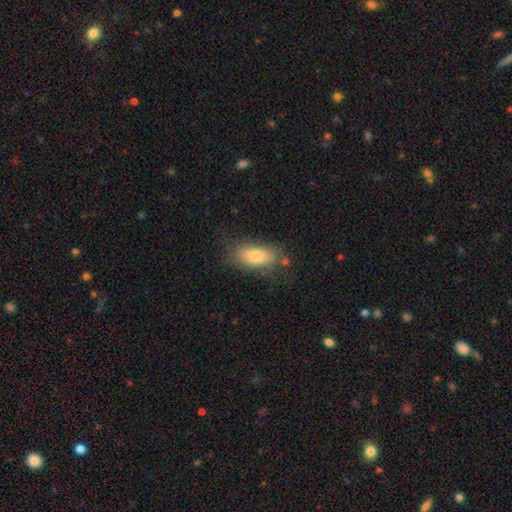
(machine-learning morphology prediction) Smooth or featured: smooth — 80% (featured or disk — 13%)
How rounded: in between — 85% (cigar-shaped — 12%)
Merging: none — 72% (minor disturbance — 19%)